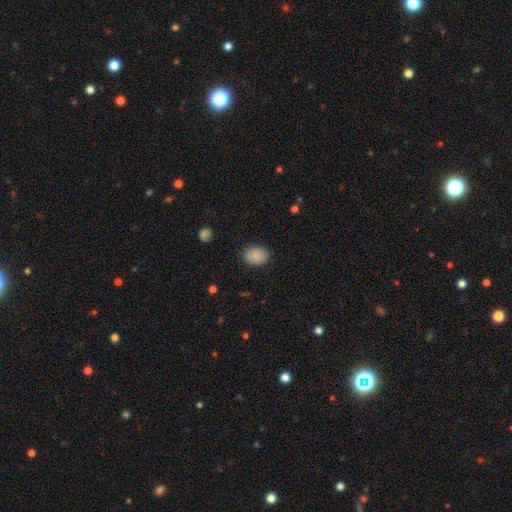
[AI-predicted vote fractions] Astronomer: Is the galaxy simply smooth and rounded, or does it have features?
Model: smooth — 87%.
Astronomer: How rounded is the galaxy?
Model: in between — 70%.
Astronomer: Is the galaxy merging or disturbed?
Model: none — 84%.